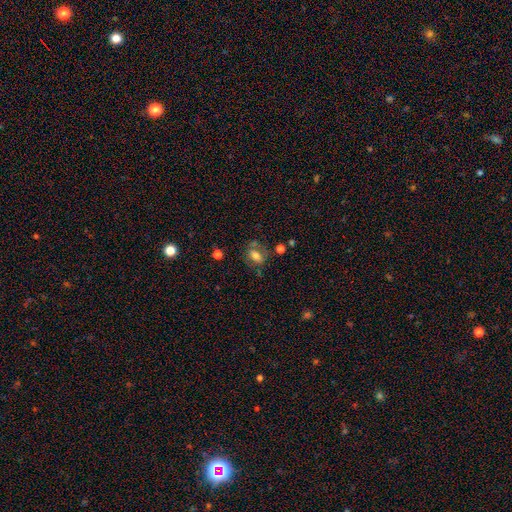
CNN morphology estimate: smooth 62%, featured or disk 27%, star or artifact 11%. Down the decision tree: how rounded — in between (76%); merging — none (57%).